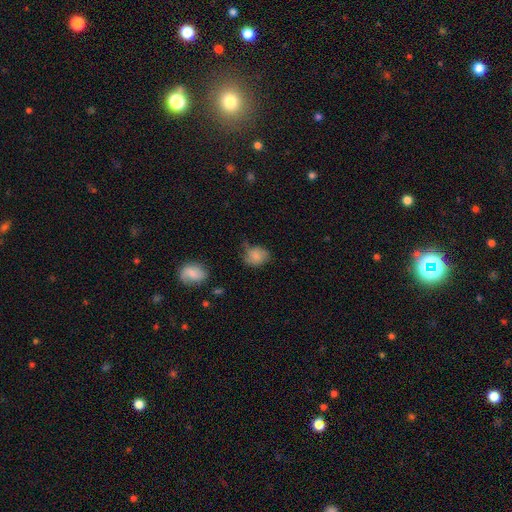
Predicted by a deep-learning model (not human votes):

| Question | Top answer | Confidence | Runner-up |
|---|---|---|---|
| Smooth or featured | smooth | 78% | featured or disk (13%) |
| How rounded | round | 50% | in between (48%) |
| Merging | none | 54% | minor disturbance (32%) |